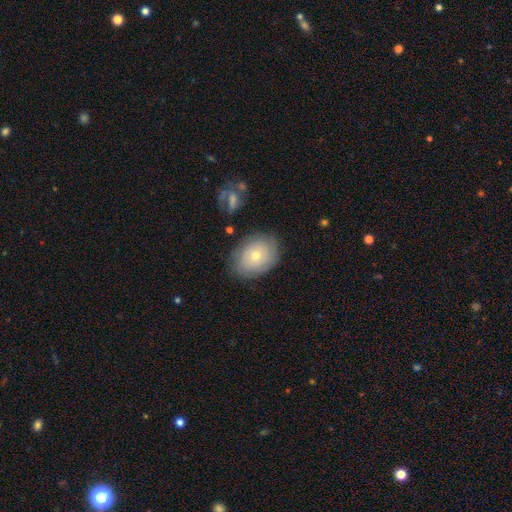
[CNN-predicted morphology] smooth 57%, featured or disk 35%, star or artifact 9%. Down the decision tree: how rounded — in between (69%); merging — none (78%).